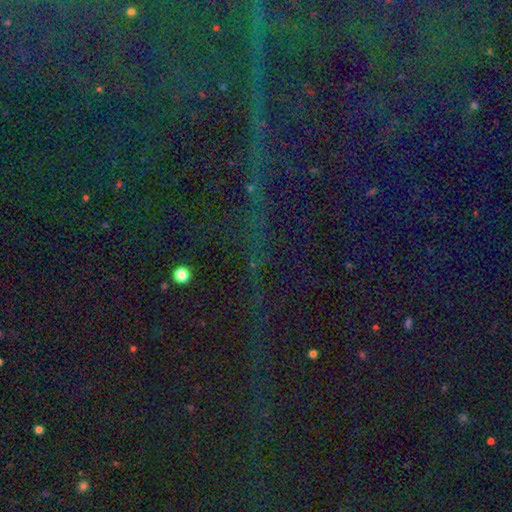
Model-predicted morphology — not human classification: smooth-or-featured: star or artifact: 85% | smooth: 8% | featured or disk: 7%